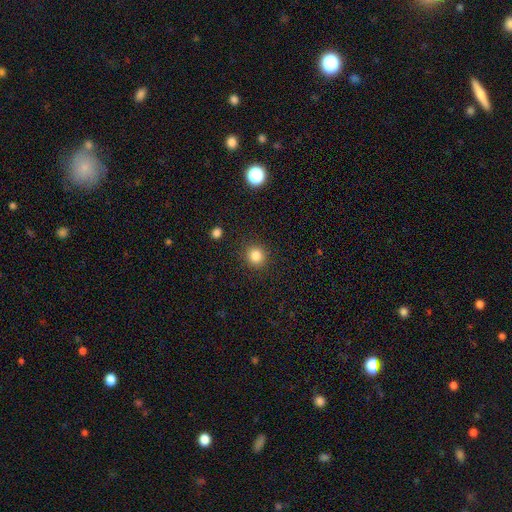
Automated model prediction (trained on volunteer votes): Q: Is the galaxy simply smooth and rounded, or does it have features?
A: smooth — 84%.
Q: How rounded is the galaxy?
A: round — 90%.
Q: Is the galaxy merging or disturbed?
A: none — 90%.